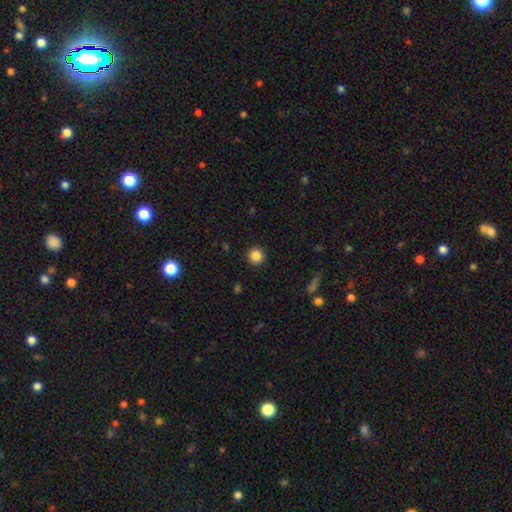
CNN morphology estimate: Smooth or featured? smooth (86%)
How rounded? round (95%)
Merging? none (92%)